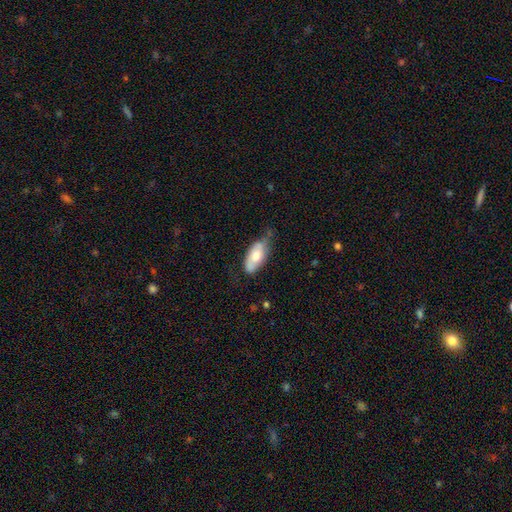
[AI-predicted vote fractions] Smooth or featured?
  - smooth: 64% *
  - featured or disk: 30%
  - star or artifact: 6%
How rounded?
  - in between: 87% *
  - cigar-shaped: 10%
  - round: 2%
Merging?
  - none: 51% *
  - minor disturbance: 36%
  - major disturbance: 10%
  - merger: 3%